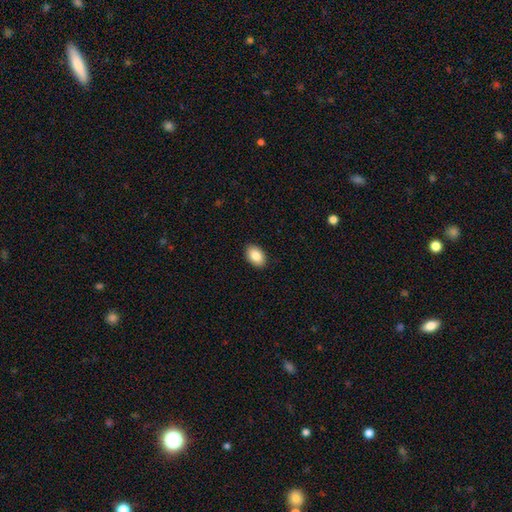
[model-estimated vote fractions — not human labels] Smooth or featured? smooth (86%)
How rounded? in between (88%)
Merging? none (91%)